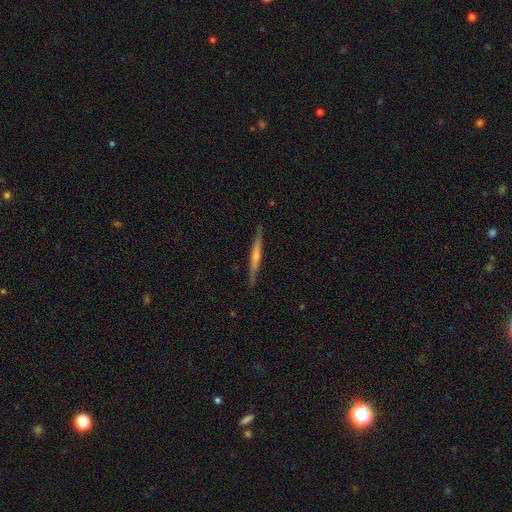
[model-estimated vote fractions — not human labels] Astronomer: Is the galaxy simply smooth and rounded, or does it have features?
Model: featured or disk — 73%.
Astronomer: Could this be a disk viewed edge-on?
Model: yes — 97%.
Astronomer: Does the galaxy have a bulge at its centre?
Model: rounded — 75%.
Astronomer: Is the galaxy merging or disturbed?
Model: none — 90%.